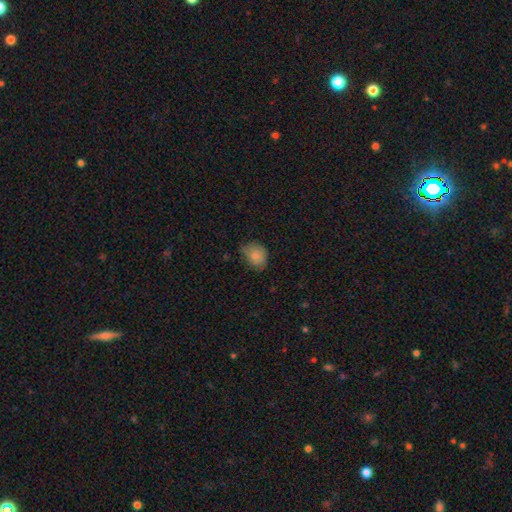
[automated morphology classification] A smooth galaxy with no disk features (82%) that is in between round and cigar-shaped (59%).

Vote fractions:
- Smooth or featured? smooth: 82% / featured or disk: 9% / star or artifact: 9%
- How rounded? in between: 59% / round: 40% / cigar-shaped: 1%
- Merging? none: 55% / minor disturbance: 36% / major disturbance: 7% / merger: 1%